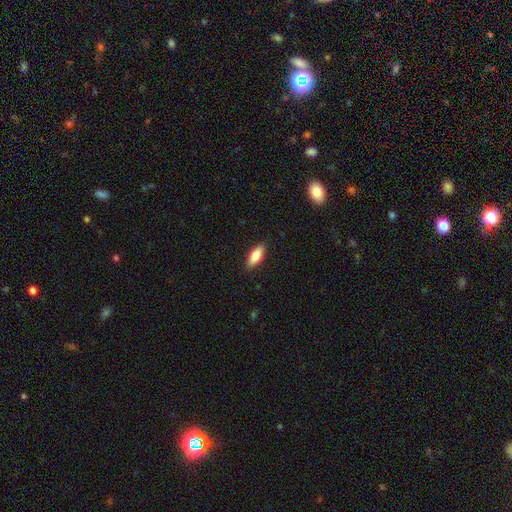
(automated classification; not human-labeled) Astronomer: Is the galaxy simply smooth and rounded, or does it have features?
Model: smooth — 80%.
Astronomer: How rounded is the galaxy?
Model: in between — 75%.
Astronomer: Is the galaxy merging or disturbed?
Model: none — 88%.